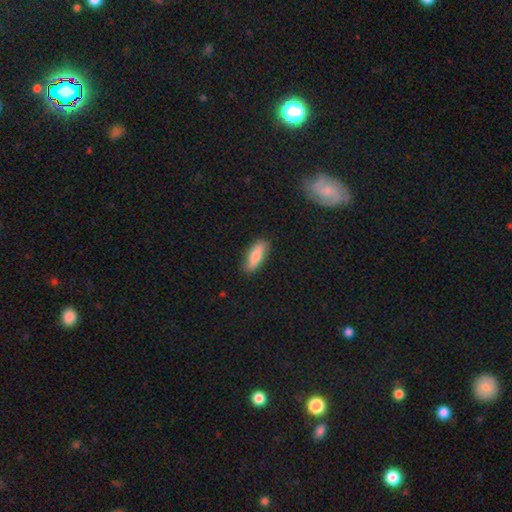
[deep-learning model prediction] Smooth or featured? Predicted: smooth (p=0.77). How rounded? Predicted: in between (p=0.54). Merging? Predicted: none (p=0.85).